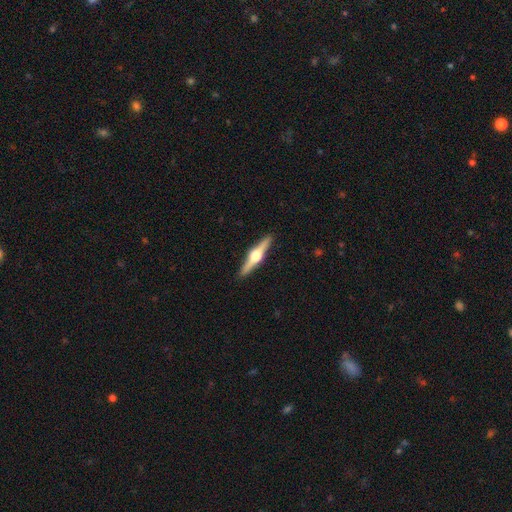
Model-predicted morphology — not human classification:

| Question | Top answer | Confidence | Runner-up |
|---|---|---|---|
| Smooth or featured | featured or disk | 78% | smooth (17%) |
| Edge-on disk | yes | 98% | no (2%) |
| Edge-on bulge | rounded | 96% | boxy (2%) |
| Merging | none | 92% | minor disturbance (6%) |